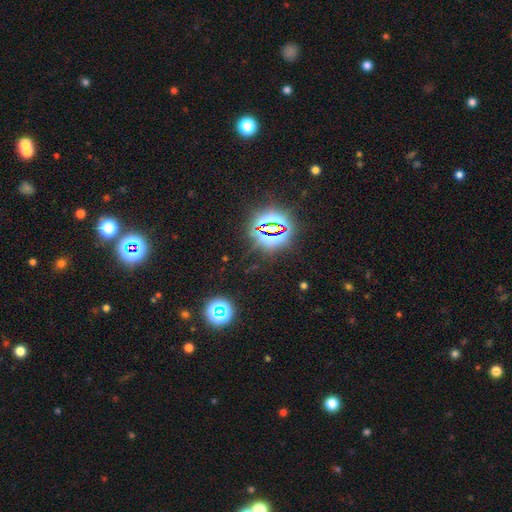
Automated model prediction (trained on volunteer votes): The model was most divided on "smooth or featured": star or artifact: 81%, smooth: 12%, featured or disk: 7%.